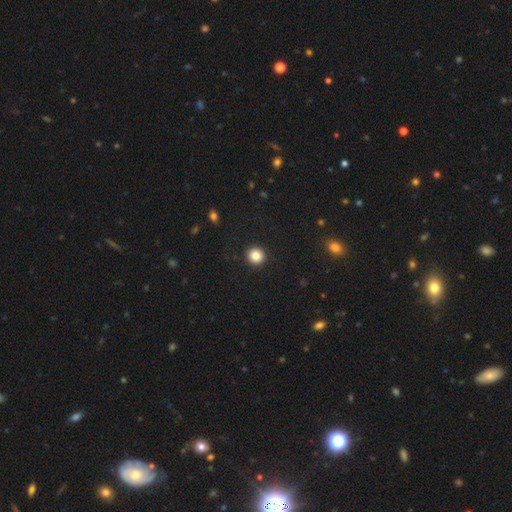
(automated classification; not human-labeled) Overall: smooth (86%). How rounded: round (94%). Merging: none (93%).